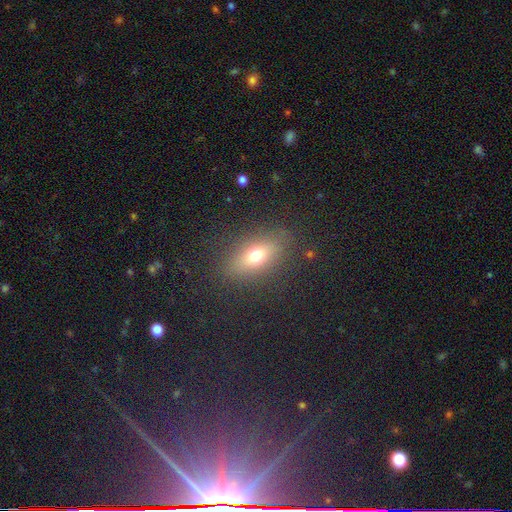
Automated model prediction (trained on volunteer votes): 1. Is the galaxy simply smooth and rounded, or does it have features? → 66% smooth, 20% featured or disk, 14% star or artifact.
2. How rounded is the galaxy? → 74% in between, 16% round, 10% cigar-shaped.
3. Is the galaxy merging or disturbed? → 85% none, 9% minor disturbance, 4% major disturbance, 1% merger.